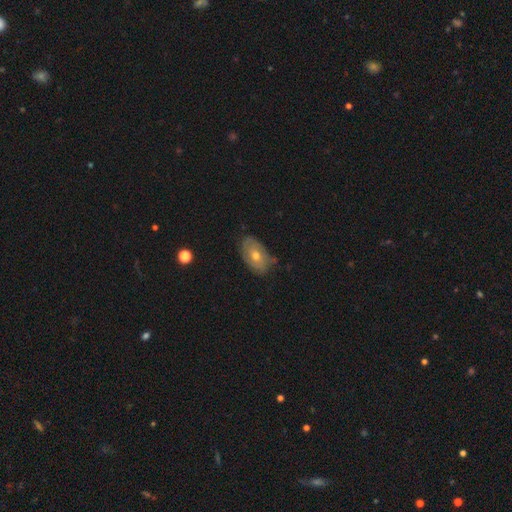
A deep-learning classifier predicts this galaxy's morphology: The model was most divided on "smooth or featured": featured or disk: 49%, smooth: 43%, star or artifact: 7%. More confident: merging — none (67%).